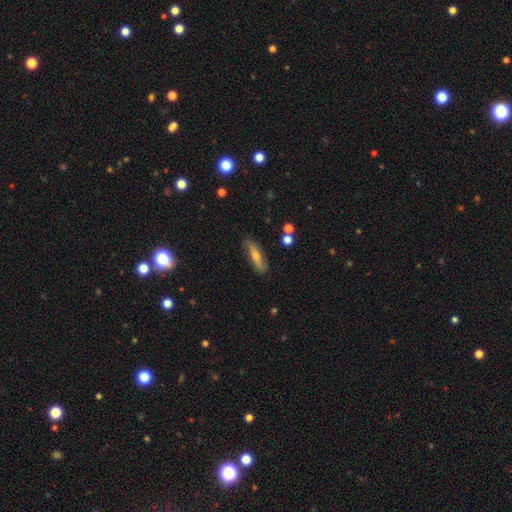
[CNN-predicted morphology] This appears to be a featured or disk galaxy (50%). Merging: none (82%).